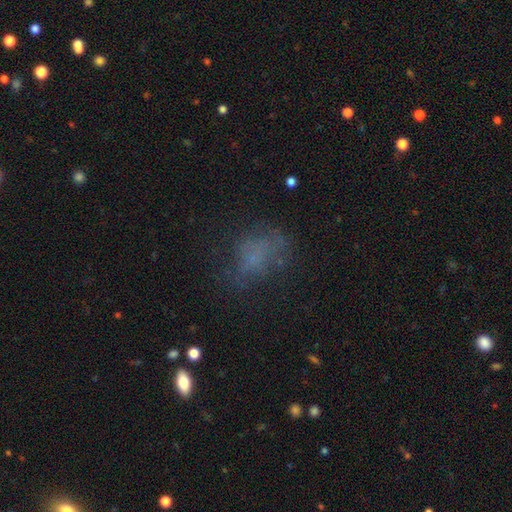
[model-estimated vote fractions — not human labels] smooth-or-featured: smooth: 51% | featured or disk: 26% | star or artifact: 23%
  how-rounded: in between: 73% | round: 24% | cigar-shaped: 3%
  merging: none: 47% | major disturbance: 27% | minor disturbance: 23% | merger: 2%